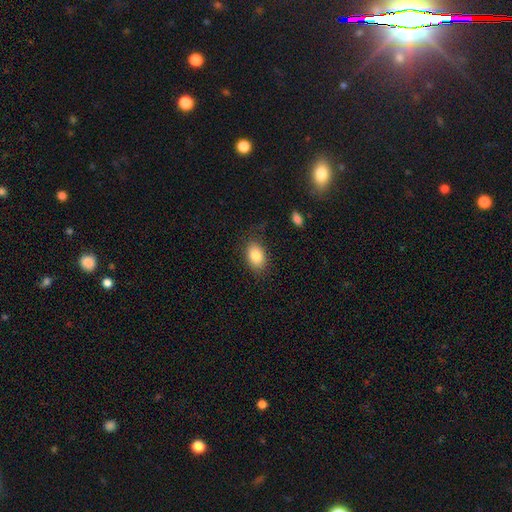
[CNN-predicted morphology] A smooth galaxy with no disk features (83%) that is in between round and cigar-shaped (83%).

Vote fractions:
- Smooth or featured? smooth: 83% / featured or disk: 9% / star or artifact: 8%
- How rounded? in between: 83% / round: 16% / cigar-shaped: 1%
- Merging? none: 80% / minor disturbance: 14% / major disturbance: 4% / merger: 1%